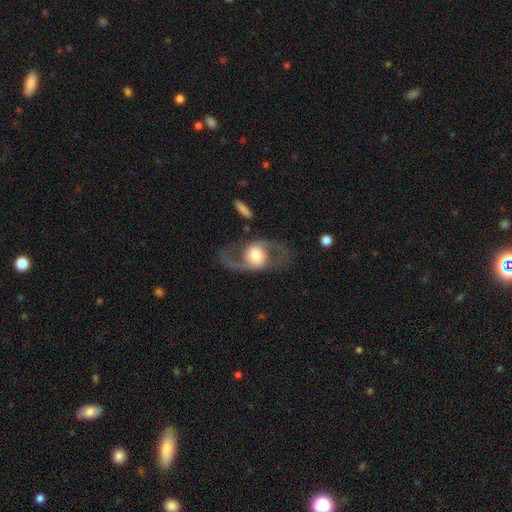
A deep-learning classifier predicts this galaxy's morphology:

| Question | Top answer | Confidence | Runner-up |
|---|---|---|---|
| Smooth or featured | featured or disk | 80% | smooth (15%) |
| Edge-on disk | no | 94% | yes (6%) |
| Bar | no | 62% | weak (26%) |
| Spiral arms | yes | 85% | no (15%) |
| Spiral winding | loose | 47% | medium (45%) |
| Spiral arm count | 2 | 92% | can't tell (3%) |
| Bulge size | moderate | 49% | large (35%) |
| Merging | none | 75% | minor disturbance (12%) |